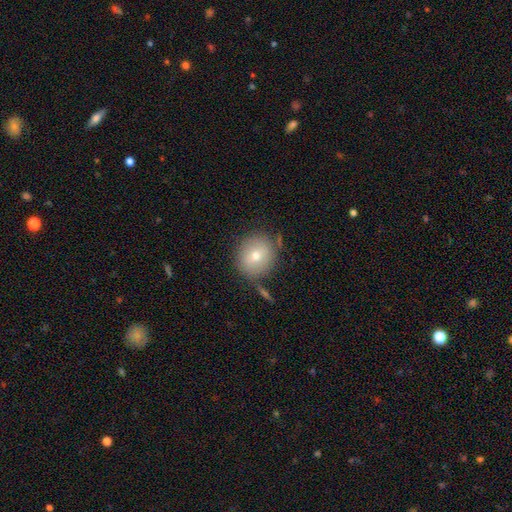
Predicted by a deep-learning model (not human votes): Smooth or featured? smooth (72%)
How rounded? round (88%)
Merging? none (77%)